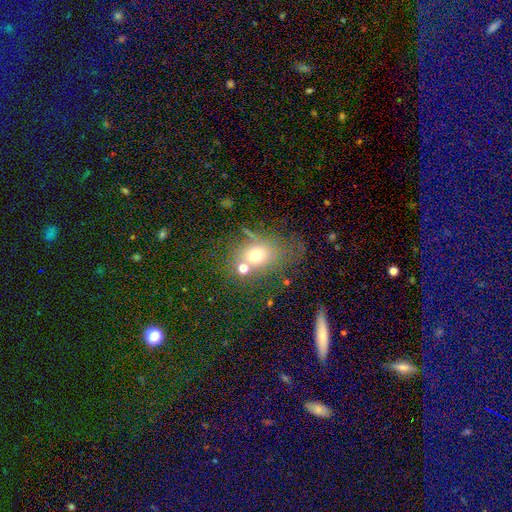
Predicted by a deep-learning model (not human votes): This appears to be a smooth galaxy with no disk features (64%) that is in between round and cigar-shaped (57%). Merging: none (51%).